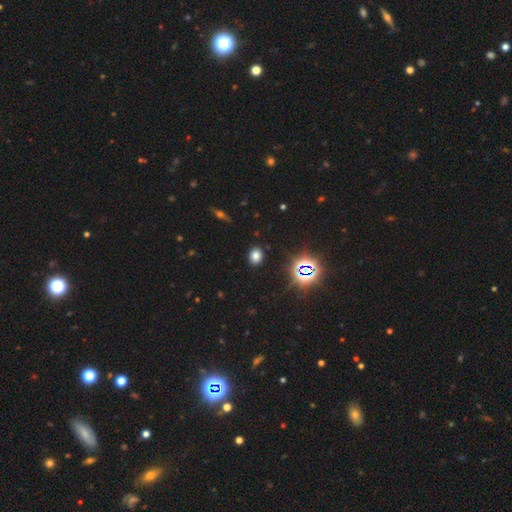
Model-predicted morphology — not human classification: Q: Smooth or featured?
A: smooth (71%); runner-up: star or artifact (22%)
Q: How rounded?
A: in between (60%); runner-up: round (39%)
Q: Merging?
A: none (89%); runner-up: minor disturbance (7%)